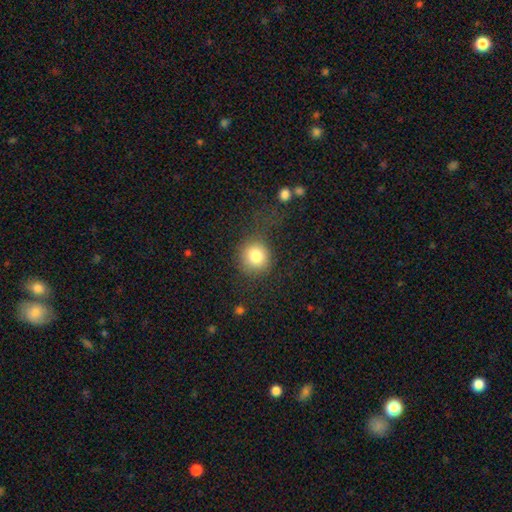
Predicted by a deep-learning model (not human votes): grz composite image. It shows a smooth galaxy with no disk features (82%) that is round (89%). Merging: none (72%).